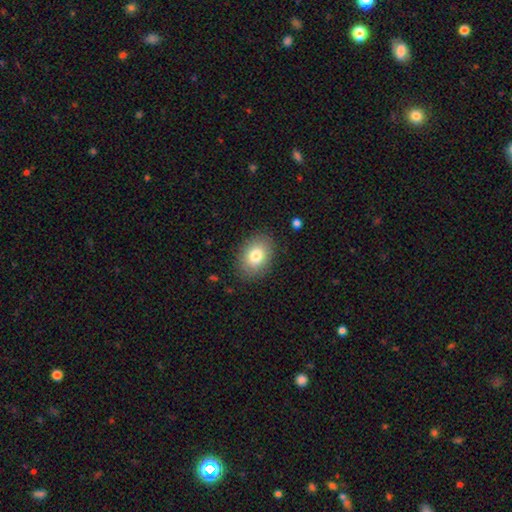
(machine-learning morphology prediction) A smooth galaxy with no disk features (80%) that is in between round and cigar-shaped (72%). Merging: none (86%).